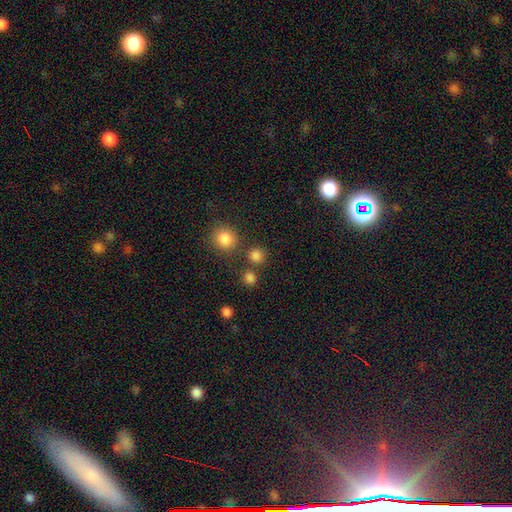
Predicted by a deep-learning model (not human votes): smooth 81%, star or artifact 15%, featured or disk 4%. Down the decision tree: how rounded — round (92%); merging — none (77%).